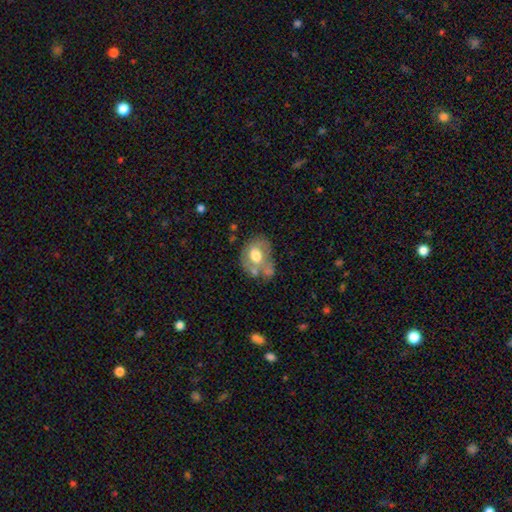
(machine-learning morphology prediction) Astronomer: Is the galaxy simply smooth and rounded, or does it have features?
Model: smooth — 54% (runner-up: featured or disk, 39%).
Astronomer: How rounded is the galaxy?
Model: in between — 59% (runner-up: round, 40%).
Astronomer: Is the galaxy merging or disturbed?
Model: none — 32% (runner-up: merger, 28%).